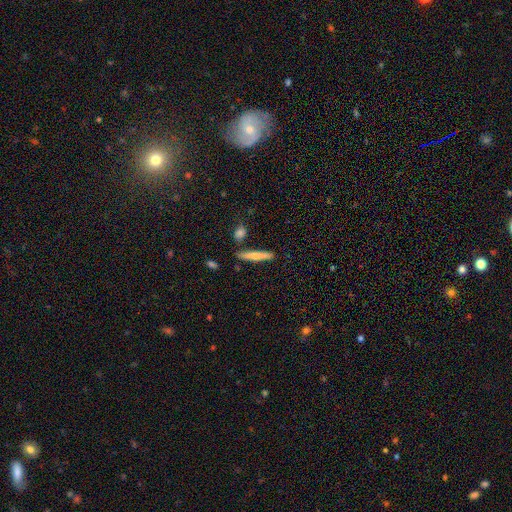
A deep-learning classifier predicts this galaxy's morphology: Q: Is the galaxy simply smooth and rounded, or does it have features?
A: smooth — 62%.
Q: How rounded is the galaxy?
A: cigar-shaped — 92%.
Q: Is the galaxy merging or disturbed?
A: none — 83%.